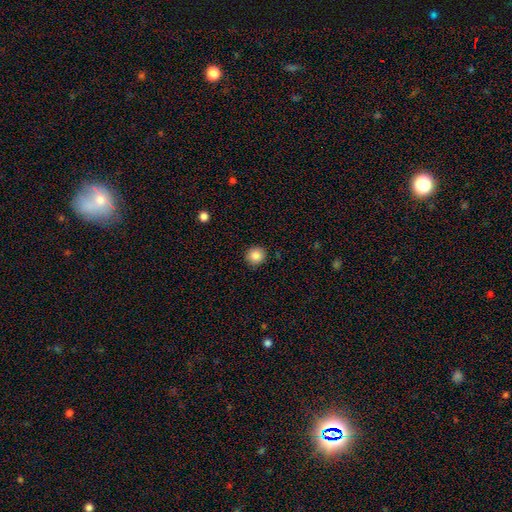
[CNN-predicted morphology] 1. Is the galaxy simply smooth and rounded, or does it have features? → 86% smooth, 9% star or artifact, 5% featured or disk.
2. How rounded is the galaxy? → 90% round, 9% in between, 1% cigar-shaped.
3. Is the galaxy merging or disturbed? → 91% none, 7% minor disturbance, 2% major disturbance, 1% merger.